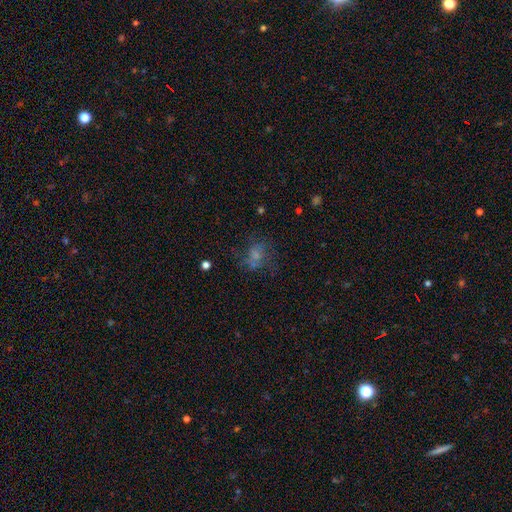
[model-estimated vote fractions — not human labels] A smooth galaxy with no disk features (52%) that is round (51%).

Vote fractions:
- Smooth or featured? smooth: 52% / featured or disk: 29% / star or artifact: 19%
- How rounded? round: 51% / in between: 48% / cigar-shaped: 1%
- Merging? none: 48% / major disturbance: 24% / minor disturbance: 21% / merger: 7%